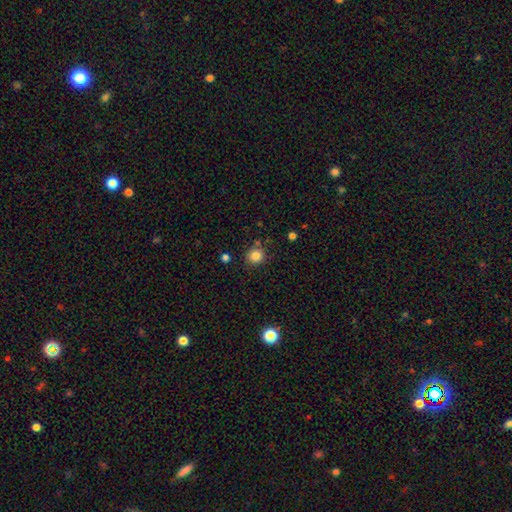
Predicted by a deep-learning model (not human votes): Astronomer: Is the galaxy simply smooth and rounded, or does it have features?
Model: smooth — 83%.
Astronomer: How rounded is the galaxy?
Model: round — 89%.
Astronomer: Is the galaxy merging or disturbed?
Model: none — 83%.